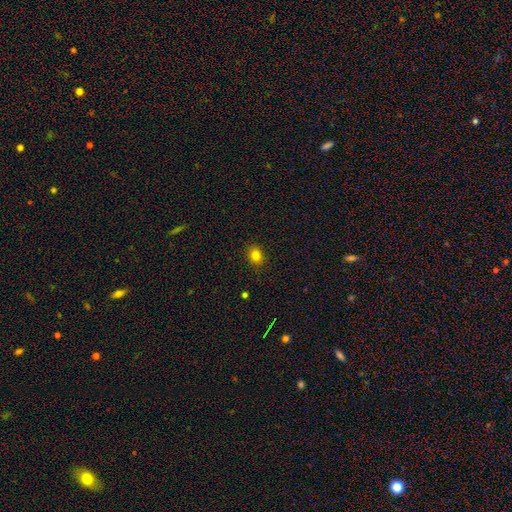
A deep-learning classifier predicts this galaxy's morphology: Overall: smooth (80%). How rounded: round (56%; in between 43%). Merging: none (89%).